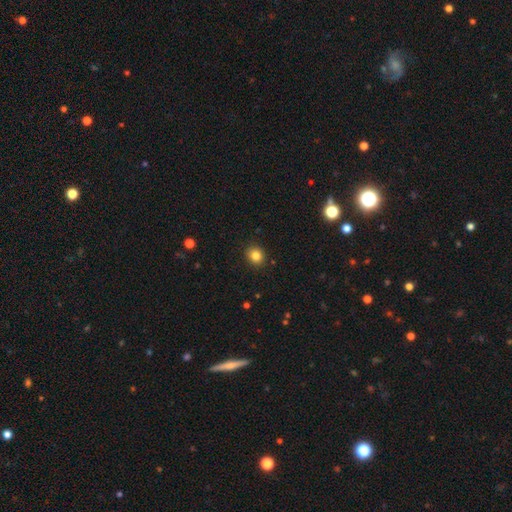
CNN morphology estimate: smooth 84%, star or artifact 11%, featured or disk 5%. Down the decision tree: how rounded — round (71%); merging — none (90%).